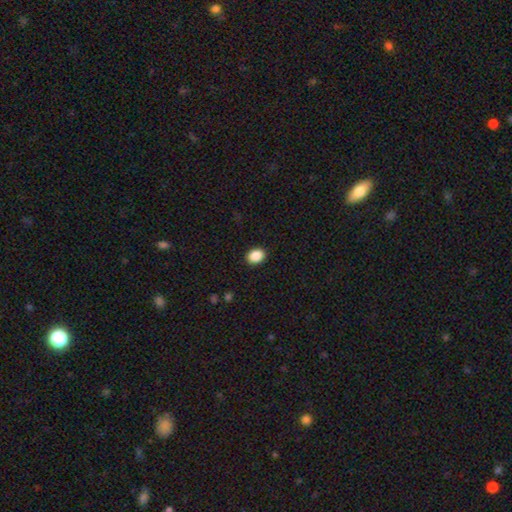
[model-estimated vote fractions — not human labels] Smooth or featured? Predicted: smooth (p=0.89). How rounded? Predicted: in between (p=0.60). Merging? Predicted: none (p=0.90).